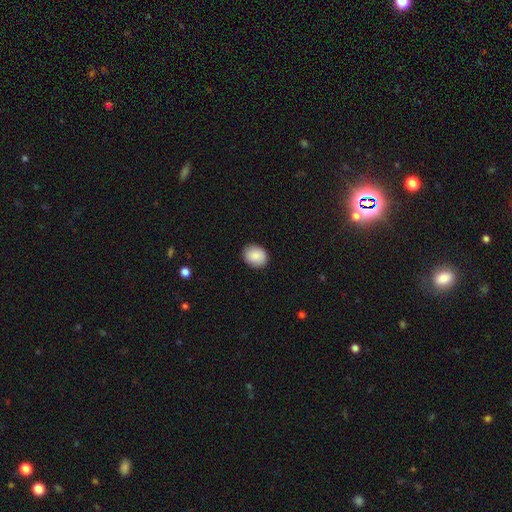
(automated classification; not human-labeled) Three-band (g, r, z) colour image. It shows a smooth galaxy with no disk features (87%) that is round (55%). Merging: none (89%).